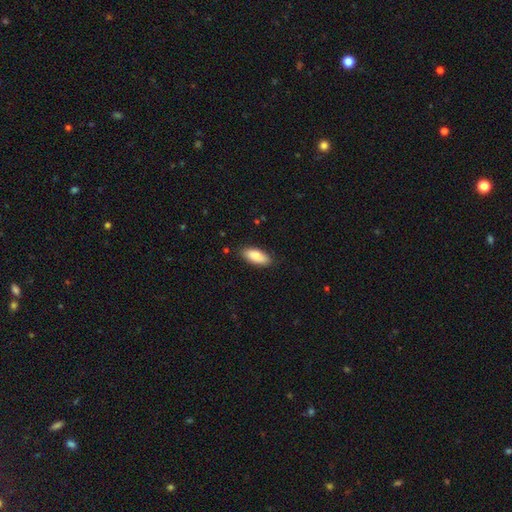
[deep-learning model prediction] A smooth galaxy with no disk features (81%) that is in between round and cigar-shaped (83%). Merging: none (86%).